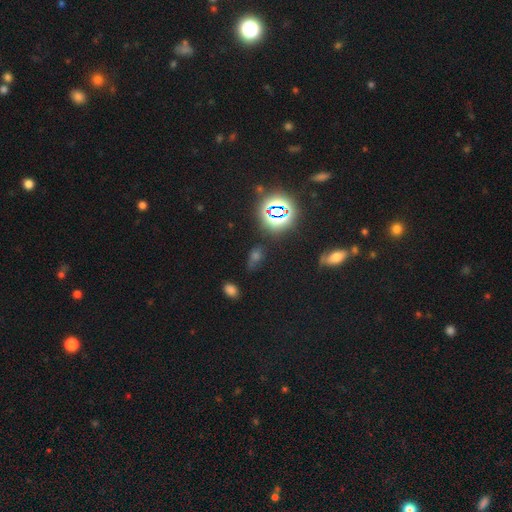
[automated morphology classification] Overall: star or artifact (54%; smooth 34%).